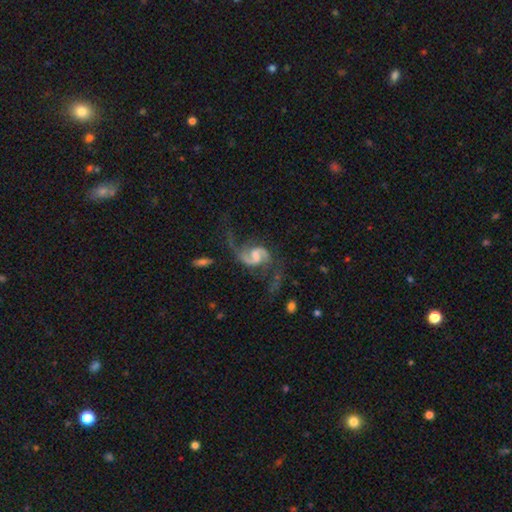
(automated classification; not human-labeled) Morphology: type=featured or disk (90%); edge-on=no (98%); bar=weak (57%); spiral arms=yes (97%); winding=loose (60%); arm count=2 (93%); bulge=small (32%); merging=none (52%).